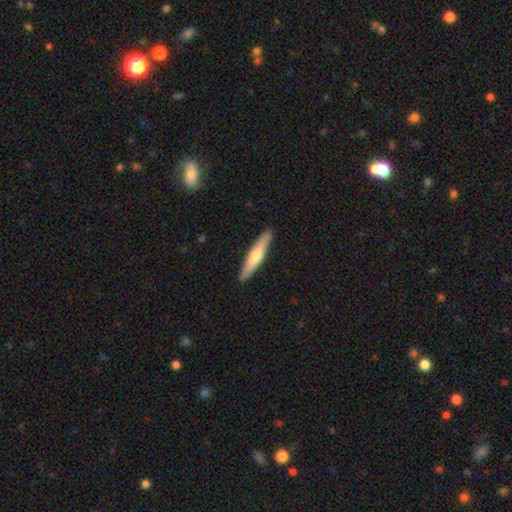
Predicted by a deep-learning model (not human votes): smooth-or-featured: smooth: 50% | featured or disk: 46% | star or artifact: 5%
  merging: none: 91% | minor disturbance: 6% | major disturbance: 1% | merger: 1%